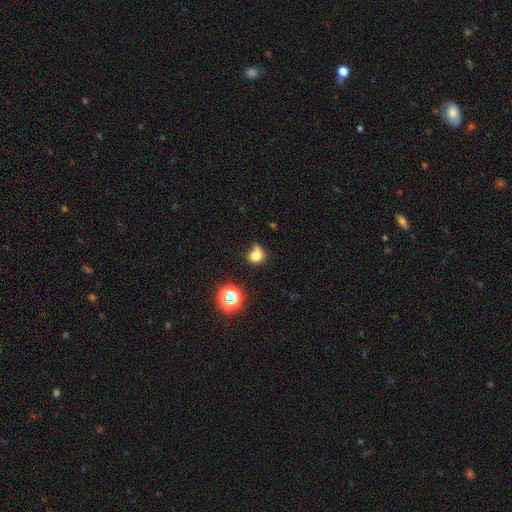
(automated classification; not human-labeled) A smooth galaxy with no disk features (73%) that is round (77%). Merging: none (43%).